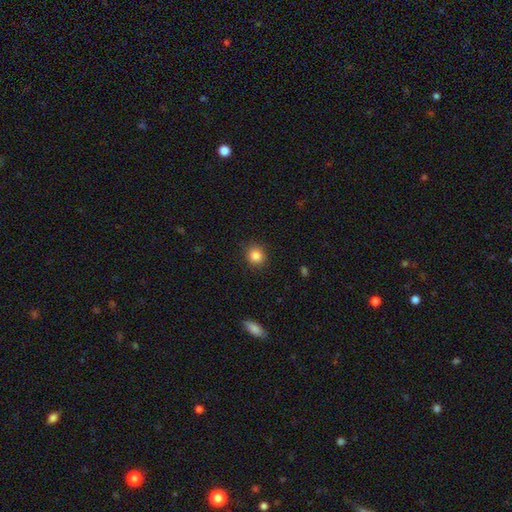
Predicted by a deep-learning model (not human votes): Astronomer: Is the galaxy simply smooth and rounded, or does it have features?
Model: smooth — 85%.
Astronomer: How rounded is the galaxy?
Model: round — 88%.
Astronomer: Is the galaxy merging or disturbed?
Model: none — 89%.